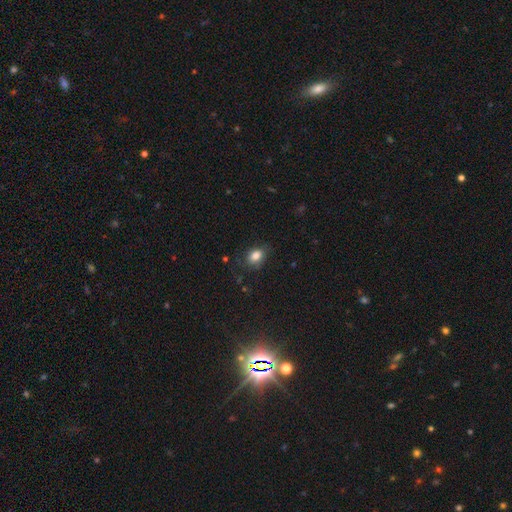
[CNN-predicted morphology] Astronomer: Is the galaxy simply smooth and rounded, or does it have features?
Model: smooth — 83%.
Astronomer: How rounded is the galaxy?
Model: in between — 75%.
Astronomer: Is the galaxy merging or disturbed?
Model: none — 71%.